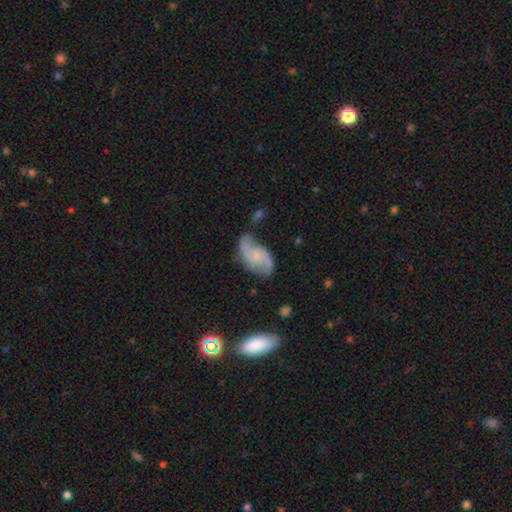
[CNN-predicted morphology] This appears to be a featured or disk galaxy (78%) with no bar (61%), 2 (90%) loose (54%) spiral arms (94%) and a small central bulge (47%). Merging: none (54%).